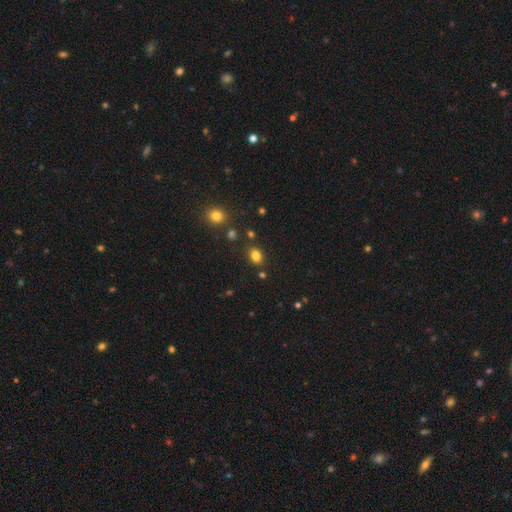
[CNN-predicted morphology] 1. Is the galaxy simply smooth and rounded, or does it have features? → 81% smooth, 13% star or artifact, 6% featured or disk.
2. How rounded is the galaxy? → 71% in between, 27% round, 1% cigar-shaped.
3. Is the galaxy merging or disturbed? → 83% none, 10% minor disturbance, 4% merger, 3% major disturbance.